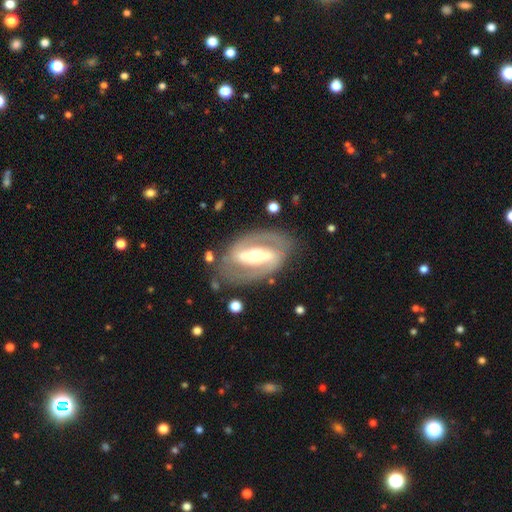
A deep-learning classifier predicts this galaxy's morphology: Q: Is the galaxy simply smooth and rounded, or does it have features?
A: featured or disk — 83%.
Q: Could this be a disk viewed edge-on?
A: no — 93%.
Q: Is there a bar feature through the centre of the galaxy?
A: strong — 67%.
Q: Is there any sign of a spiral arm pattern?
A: yes — 76%.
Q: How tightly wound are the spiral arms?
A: medium — 44%.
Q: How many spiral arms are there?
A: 2 — 86%.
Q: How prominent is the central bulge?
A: moderate — 62%.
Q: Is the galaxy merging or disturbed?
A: none — 77%.